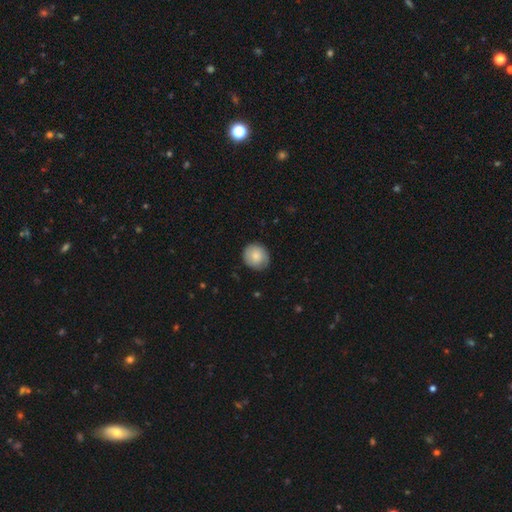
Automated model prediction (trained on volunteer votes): The model was most divided on "smooth or featured": smooth: 80%, featured or disk: 13%, star or artifact: 6%. More confident: how rounded — round (84%); merging — none (83%).